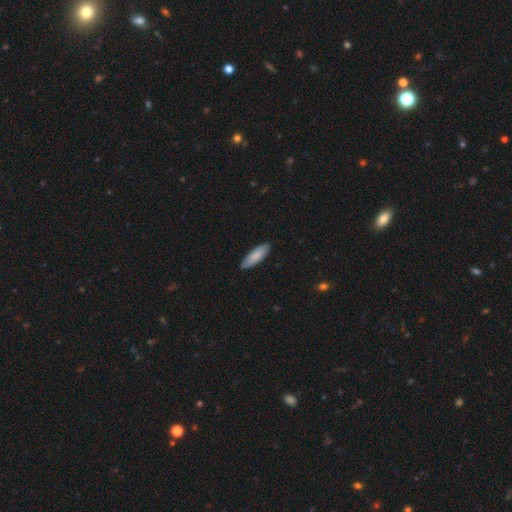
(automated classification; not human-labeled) Smooth or featured?
  - smooth: 82% *
  - featured or disk: 13%
  - star or artifact: 5%
How rounded?
  - in between: 55% *
  - cigar-shaped: 44%
  - round: 1%
Merging?
  - none: 88% *
  - minor disturbance: 10%
  - major disturbance: 1%
  - merger: 1%